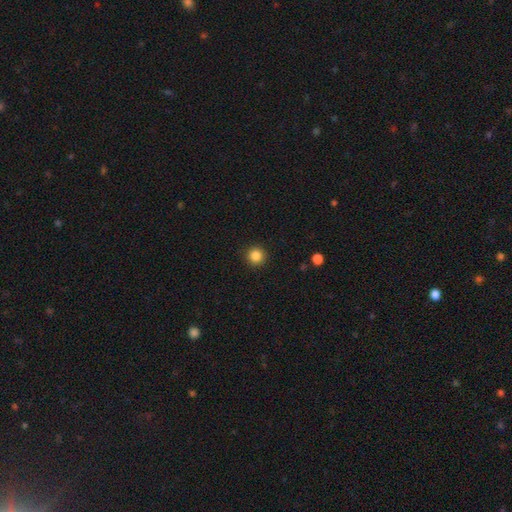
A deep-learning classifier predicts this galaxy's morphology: Q: Smooth or featured?
A: smooth (85%); runner-up: star or artifact (11%)
Q: How rounded?
A: round (95%); runner-up: in between (4%)
Q: Merging?
A: none (92%); runner-up: minor disturbance (5%)